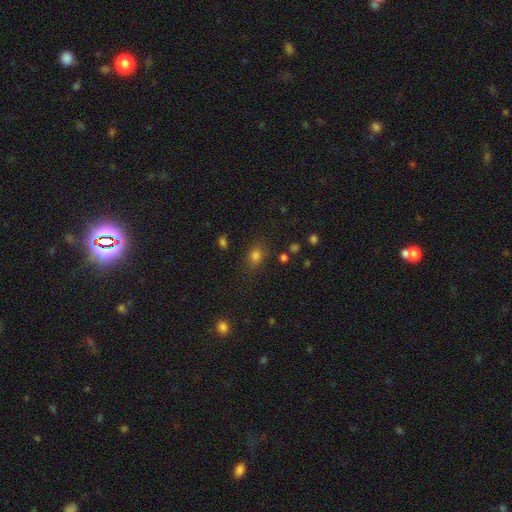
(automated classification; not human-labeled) The model was most divided on "how rounded": in between: 51%, round: 47%, cigar-shaped: 2%. More confident: smooth or featured — smooth (78%); merging — none (76%).